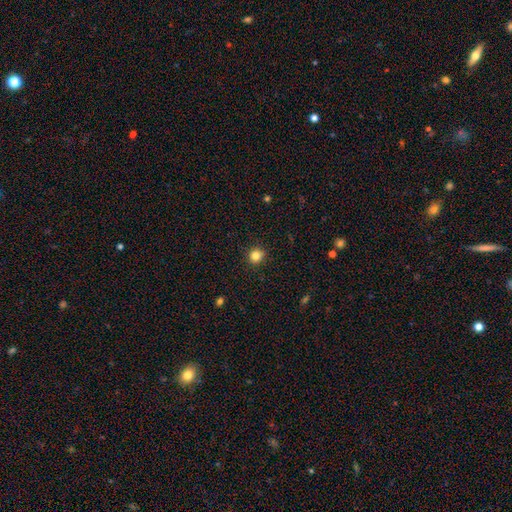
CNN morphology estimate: A smooth galaxy with no disk features (83%) that is round (88%).

Vote fractions:
- Smooth or featured? smooth: 83% / star or artifact: 12% / featured or disk: 5%
- How rounded? round: 88% / in between: 11% / cigar-shaped: 1%
- Merging? none: 91% / minor disturbance: 7% / major disturbance: 2% / merger: 1%